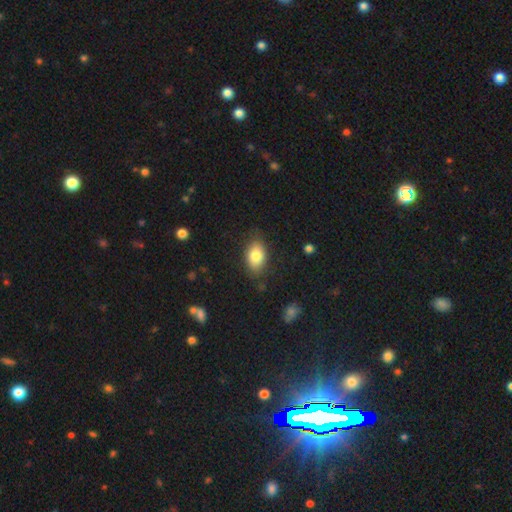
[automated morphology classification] smooth-or-featured: smooth: 82% | featured or disk: 10% | star or artifact: 7%
  how-rounded: in between: 88% | round: 10% | cigar-shaped: 2%
  merging: none: 81% | minor disturbance: 14% | major disturbance: 4% | merger: 1%